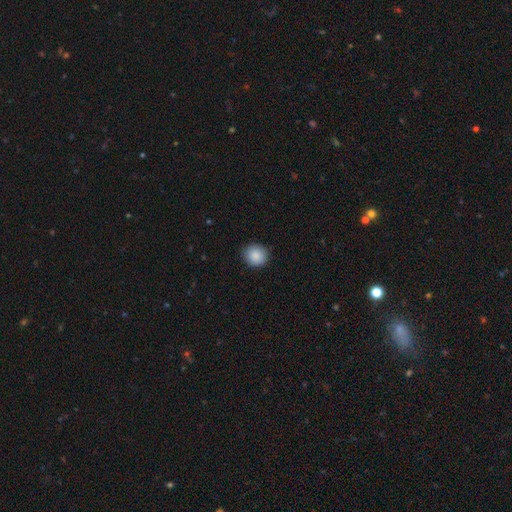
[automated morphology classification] Smooth or featured? Predicted: smooth (p=0.89). How rounded? Predicted: round (p=0.88). Merging? Predicted: none (p=0.89).